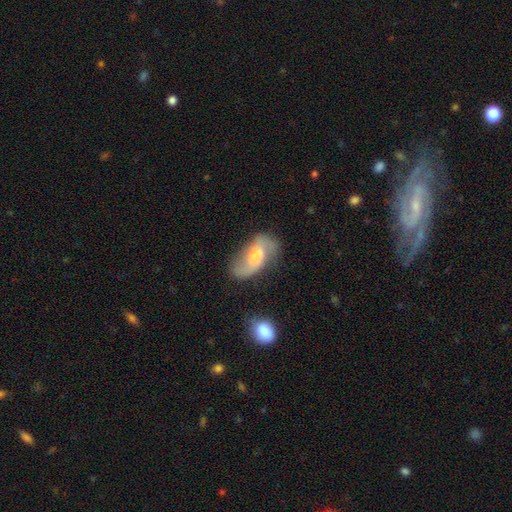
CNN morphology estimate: Smooth or featured: featured or disk — 65% (smooth — 28%)
Edge-on disk: no — 95% (yes — 5%)
Bar: weak — 50% (no — 37%)
Spiral arms: yes — 88% (no — 12%)
Spiral winding: loose — 56% (medium — 33%)
Spiral arm count: 2 — 83% (can't tell — 8%)
Bulge size: moderate — 52% (small — 34%)
Merging: none — 61% (minor disturbance — 24%)